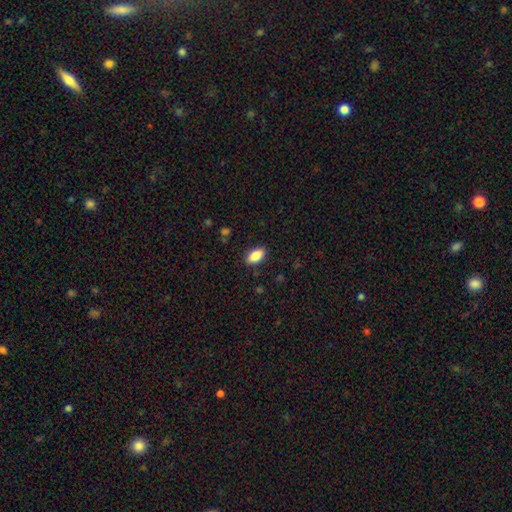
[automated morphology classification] type=smooth (87%); roundness=in between (92%); merging=none (88%).